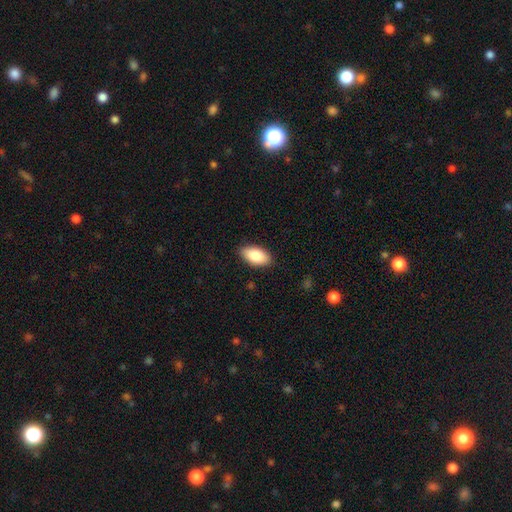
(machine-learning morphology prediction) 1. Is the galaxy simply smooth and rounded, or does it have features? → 85% smooth, 9% featured or disk, 6% star or artifact.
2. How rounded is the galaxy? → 94% in between, 3% cigar-shaped, 3% round.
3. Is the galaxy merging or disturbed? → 88% none, 9% minor disturbance, 2% major disturbance, 1% merger.